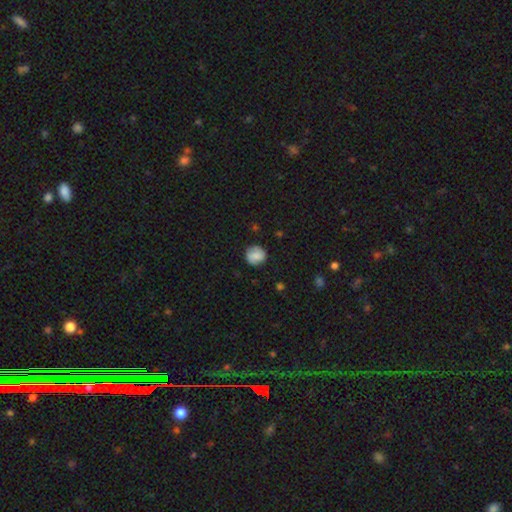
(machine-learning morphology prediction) A smooth galaxy with no disk features (77%) that is round (86%). Merging: none (81%).